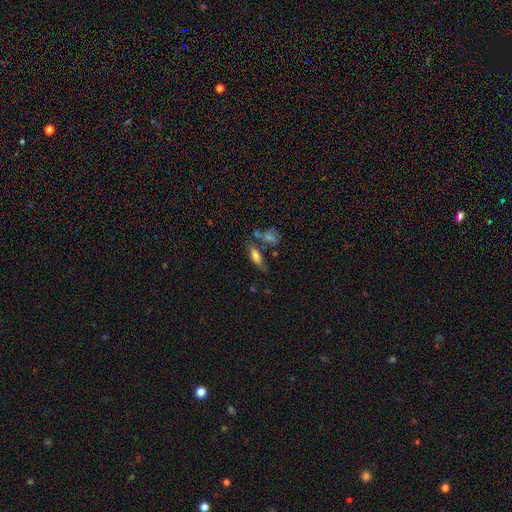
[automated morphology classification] Smooth or featured? smooth (68%)
How rounded? in between (64%)
Merging? none (57%)